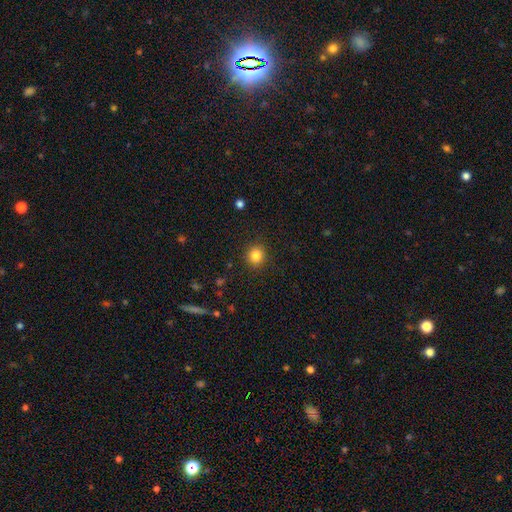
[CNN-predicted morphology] The model was most divided on "smooth or featured": smooth: 84%, star or artifact: 11%, featured or disk: 5%. More confident: merging — none (90%); how rounded — round (89%).